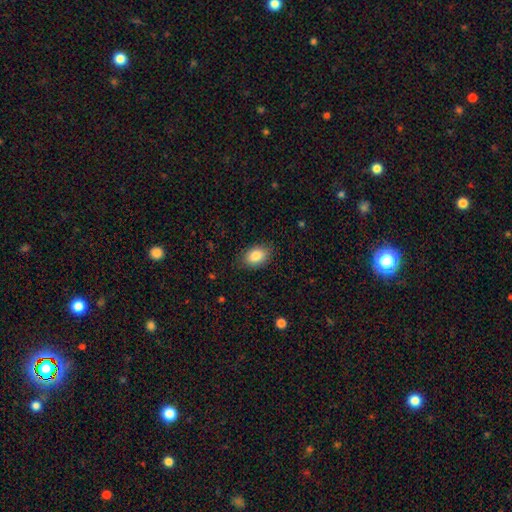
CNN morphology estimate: smooth-or-featured: smooth: 85% | star or artifact: 8% | featured or disk: 7%
  how-rounded: in between: 82% | round: 16% | cigar-shaped: 1%
  merging: none: 85% | minor disturbance: 11% | major disturbance: 3% | merger: 1%